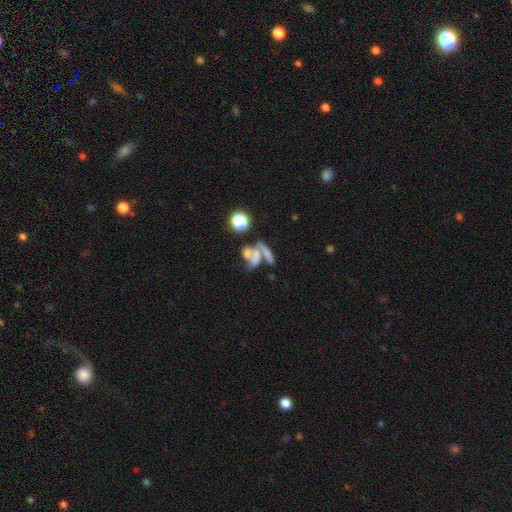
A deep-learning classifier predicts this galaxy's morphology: A smooth galaxy with no disk features (50%).

Vote fractions:
- Smooth or featured? smooth: 50% / featured or disk: 34% / star or artifact: 16%
- Merging? merger: 56% / none: 24% / major disturbance: 11% / minor disturbance: 9%